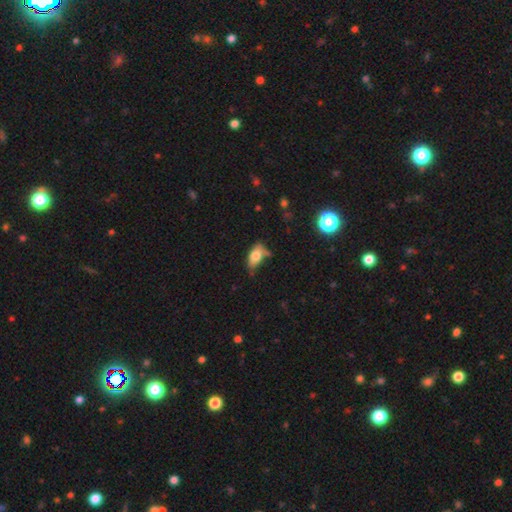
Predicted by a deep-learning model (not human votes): Q: Smooth or featured?
A: smooth (73%); runner-up: featured or disk (18%)
Q: How rounded?
A: in between (88%); runner-up: round (7%)
Q: Merging?
A: none (43%); runner-up: minor disturbance (33%)